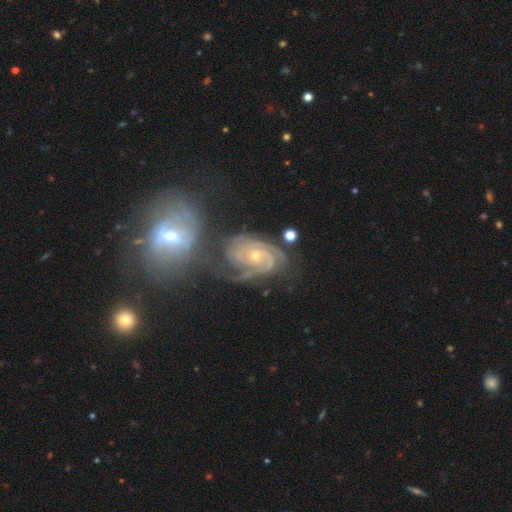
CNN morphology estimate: This appears to be a featured or disk galaxy (89%) with no bar (69%), 3 (35%) tight (69%) spiral arms (97%) and a small central bulge (62%). Merging: none (44%).